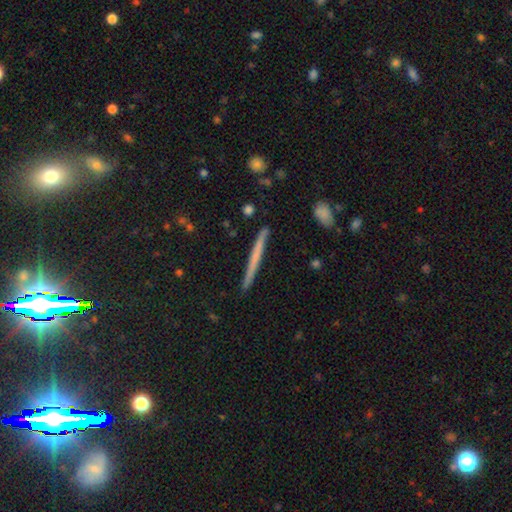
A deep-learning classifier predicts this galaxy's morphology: This appears to be a smooth galaxy with no disk features (47%). Merging: none (90%).